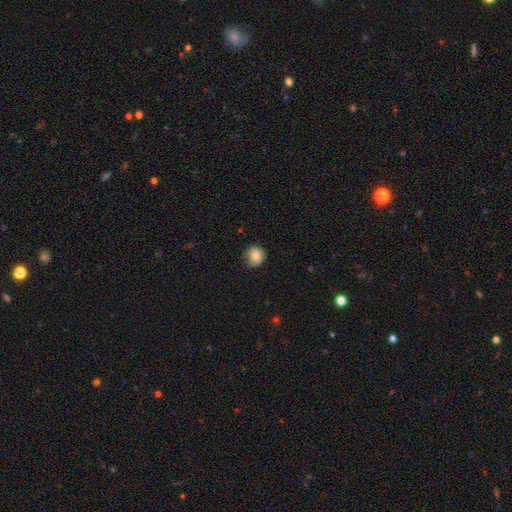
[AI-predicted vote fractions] Smooth or featured? smooth (79%)
How rounded? round (82%)
Merging? none (68%)